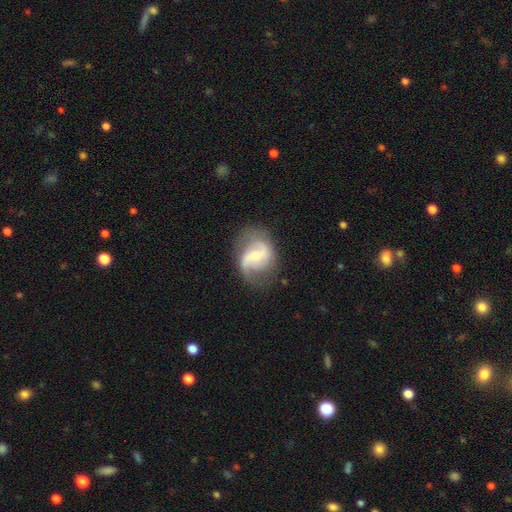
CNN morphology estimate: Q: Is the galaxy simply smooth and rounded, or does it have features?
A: featured or disk — 80%.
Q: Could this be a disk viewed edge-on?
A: no — 98%.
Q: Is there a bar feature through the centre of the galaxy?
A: weak — 49%.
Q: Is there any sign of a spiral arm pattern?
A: yes — 93%.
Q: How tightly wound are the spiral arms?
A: loose — 46%.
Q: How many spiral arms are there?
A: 2 — 85%.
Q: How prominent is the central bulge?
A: moderate — 51%.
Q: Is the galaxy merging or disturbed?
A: none — 66%.